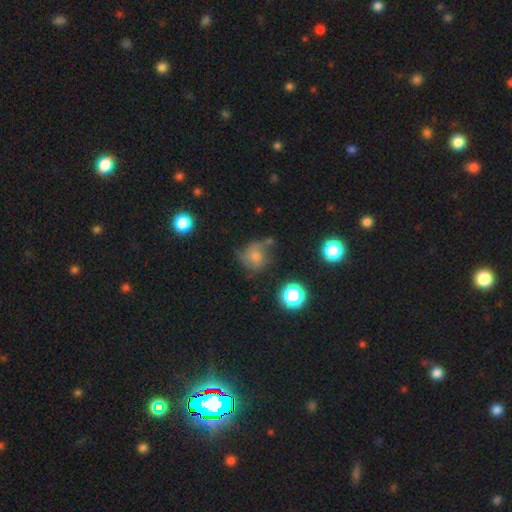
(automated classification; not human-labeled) Smooth or featured? smooth (61%)
How rounded? round (78%)
Merging? none (49%)